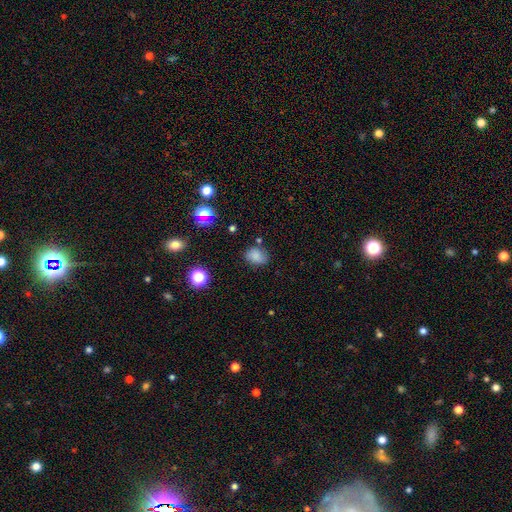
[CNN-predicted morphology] type=smooth (77%); roundness=in between (64%); merging=none (69%).